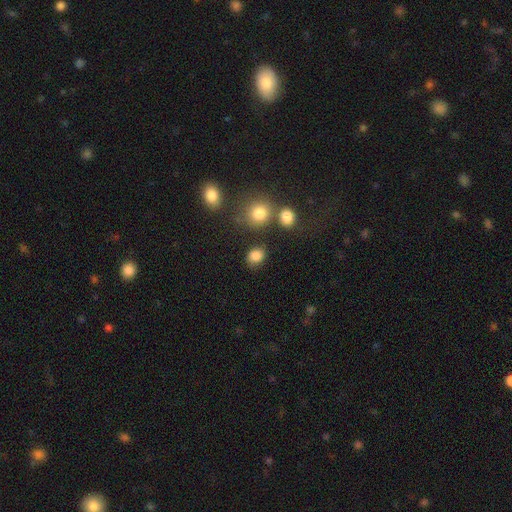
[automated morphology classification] Overall: smooth (84%). How rounded: in between (50%; round 49%). Merging: none (77%).